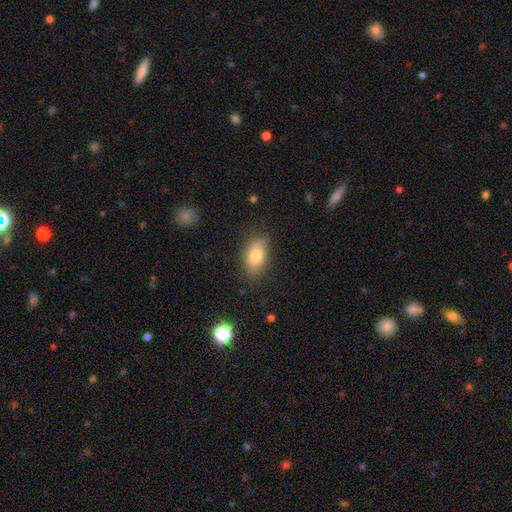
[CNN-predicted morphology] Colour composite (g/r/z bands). It shows a smooth galaxy with no disk features (78%) that is in between round and cigar-shaped (89%). Merging: none (72%).